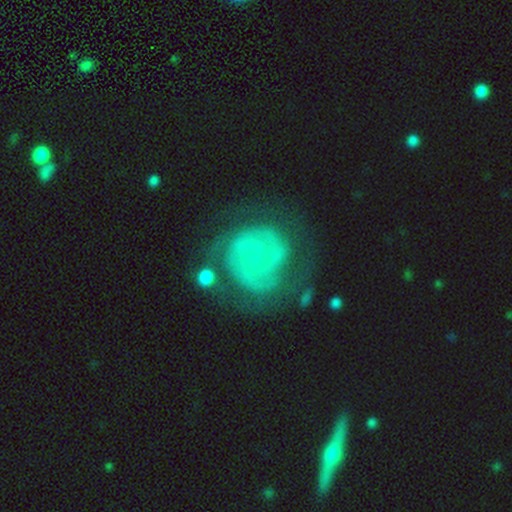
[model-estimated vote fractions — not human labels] The model was most divided on "bulge size" (2-way tie): none: 46%, small: 46%, moderate: 5%, large: 2%, dominant: 1%. Remaining: edge-on disk — no (98%); spiral arms — yes (84%); bar — no (76%); smooth or featured — featured or disk (69%); spiral winding — tight (63%); merging — none (60%); spiral arm count — 2 (43%).